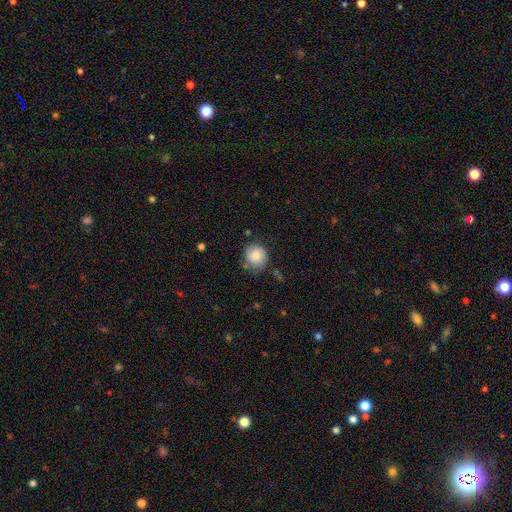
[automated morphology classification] This appears to be a smooth galaxy with no disk features (75%) that is round (83%). Merging: none (73%).